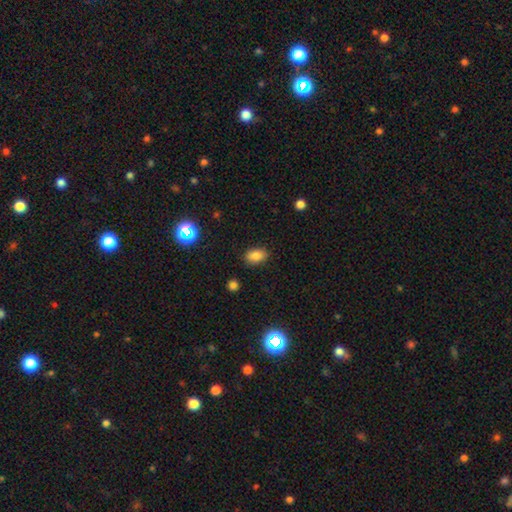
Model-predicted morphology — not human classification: This is clearly a smooth galaxy (83%). How rounded: clearly in between (82%). Merging: clearly none (86%).